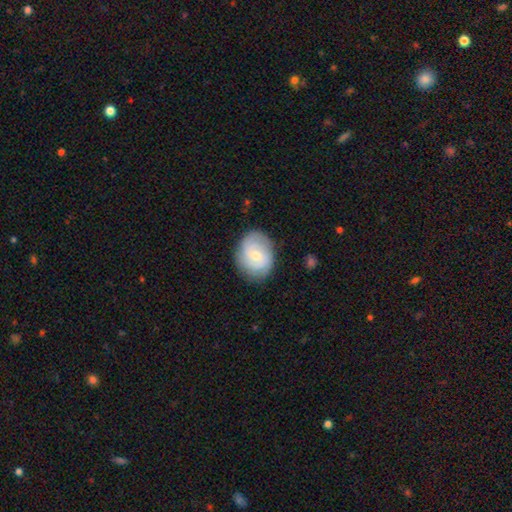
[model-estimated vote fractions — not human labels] Overall: featured or disk (51%; smooth 43%). Edge-on disk: no (97%). Merging: none (79%).